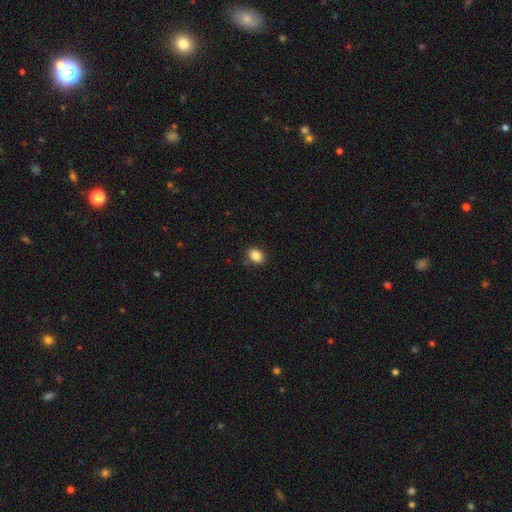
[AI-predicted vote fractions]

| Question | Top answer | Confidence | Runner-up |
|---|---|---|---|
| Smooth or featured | smooth | 86% | star or artifact (9%) |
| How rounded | in between | 68% | round (31%) |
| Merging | none | 86% | minor disturbance (10%) |